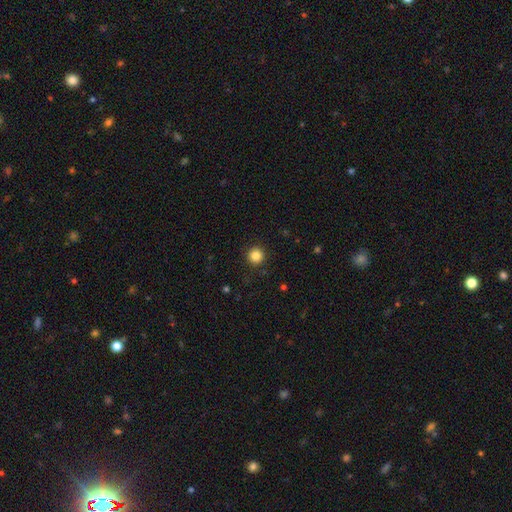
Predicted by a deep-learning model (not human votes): Smooth or featured? smooth (85%)
How rounded? round (95%)
Merging? none (92%)